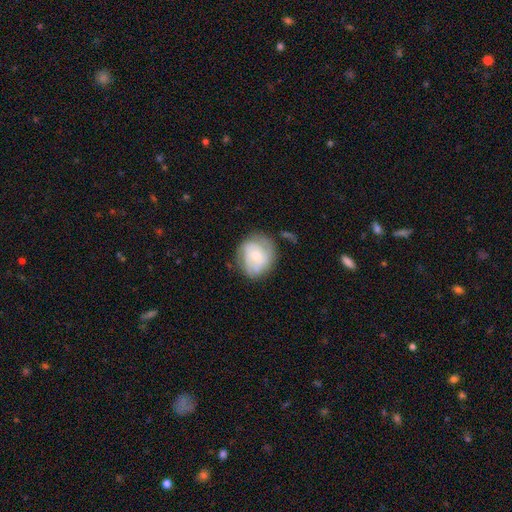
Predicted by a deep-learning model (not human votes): featured or disk 54%, smooth 39%, star or artifact 7%. Down the decision tree: edge-on disk — no (97%); bar — no (76%); spiral arms — yes (73%); bulge size — moderate (50%); merging — none (64%).